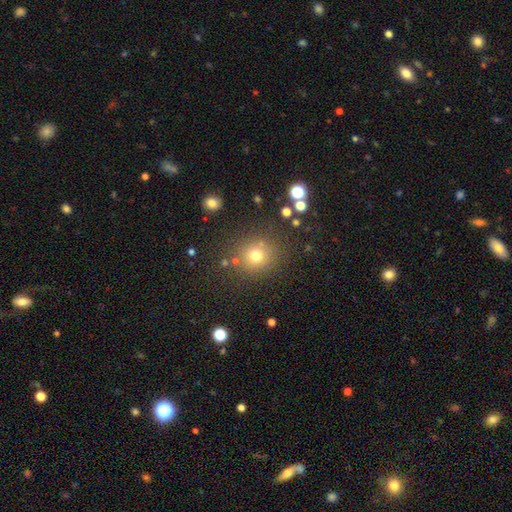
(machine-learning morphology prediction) smooth 73%, star or artifact 18%, featured or disk 8%. Down the decision tree: how rounded — round (87%); merging — none (81%).